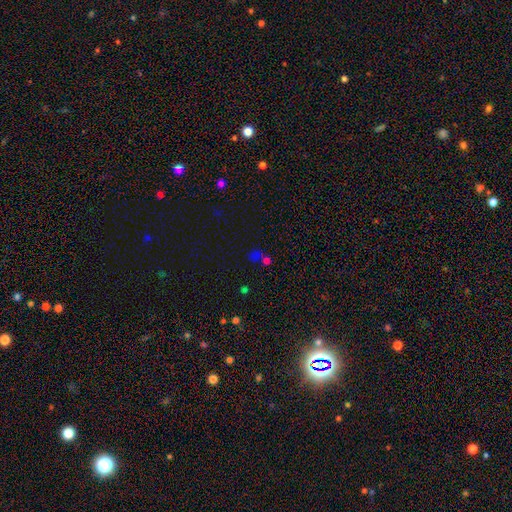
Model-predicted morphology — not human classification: Smooth or featured: smooth — 44% (tied with star or artifact — 44%)
Merging: none — 39% (merger — 35%)